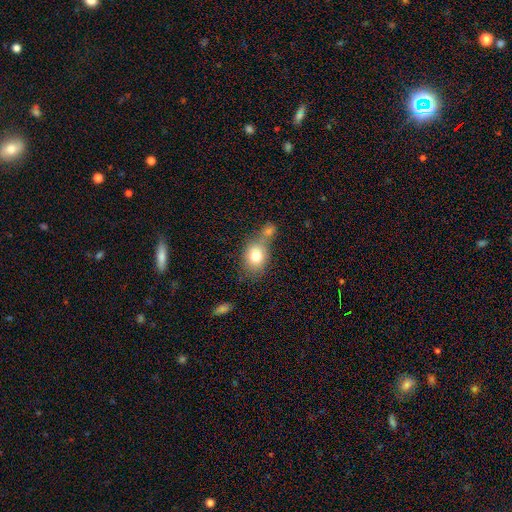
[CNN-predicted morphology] Overall: smooth (76%). How rounded: in between (56%; round 43%). Merging: none (41%; merger 38%).